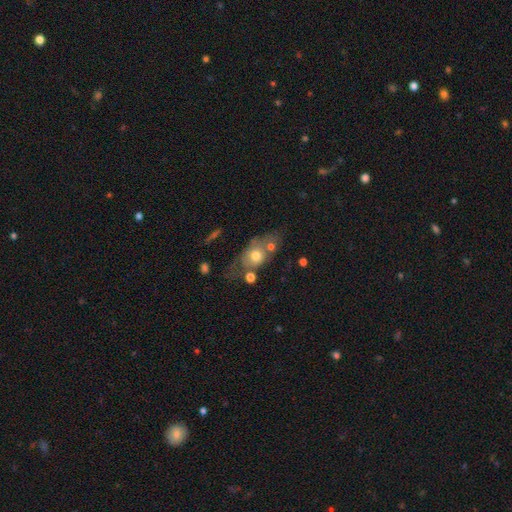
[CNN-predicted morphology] Smooth or featured? smooth (57%)
How rounded? in between (69%)
Merging? none (39%)